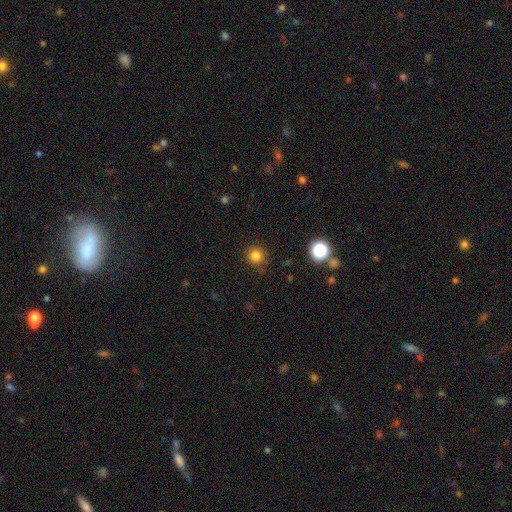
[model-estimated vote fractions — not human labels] A smooth galaxy with no disk features (81%) that is round (94%). Merging: none (87%).